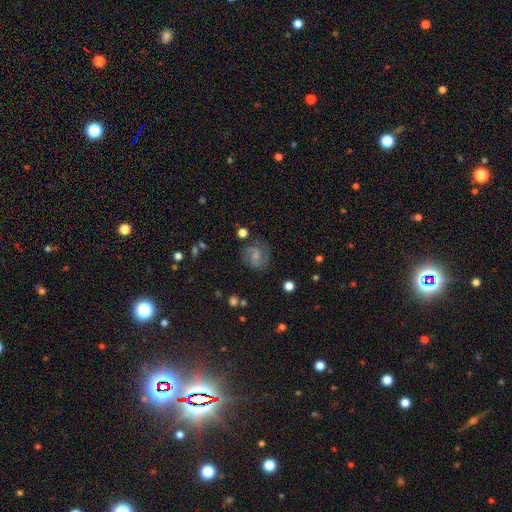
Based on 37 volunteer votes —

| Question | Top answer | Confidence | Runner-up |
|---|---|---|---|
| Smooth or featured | featured or disk | 51% | smooth (41%) |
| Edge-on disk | no | 95% | yes (5%) |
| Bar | no | 78% | weak (22%) |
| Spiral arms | yes | 89% | no (11%) |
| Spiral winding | medium | 56% | tight (38%) |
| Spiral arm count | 2 | 69% | can't tell (31%) |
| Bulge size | moderate | 44% | small (22%) |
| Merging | none | 74% | minor disturbance (15%) |